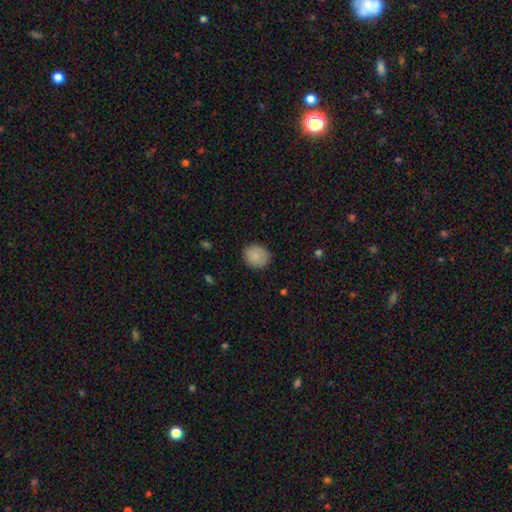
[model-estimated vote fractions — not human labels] Overall: smooth (87%). How rounded: round (76%). Merging: none (86%).